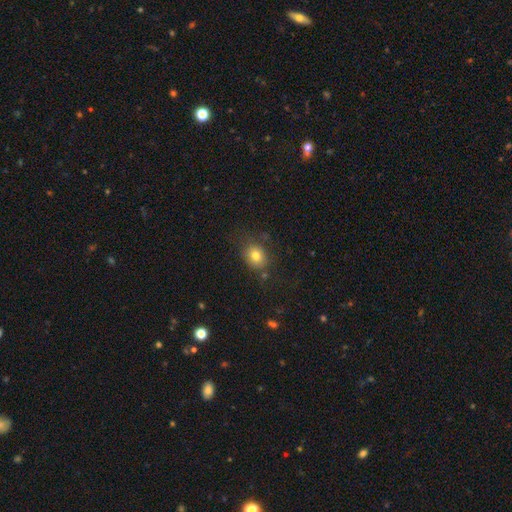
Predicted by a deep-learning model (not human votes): Smooth or featured: smooth — 78% (star or artifact — 12%)
How rounded: round — 56% (in between — 43%)
Merging: none — 72% (minor disturbance — 17%)